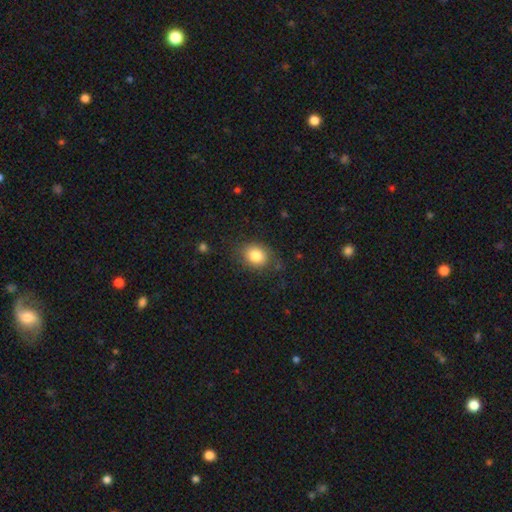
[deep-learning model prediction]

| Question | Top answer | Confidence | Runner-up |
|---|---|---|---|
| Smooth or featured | smooth | 82% | star or artifact (9%) |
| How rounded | round | 52% | in between (47%) |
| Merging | none | 75% | minor disturbance (18%) |